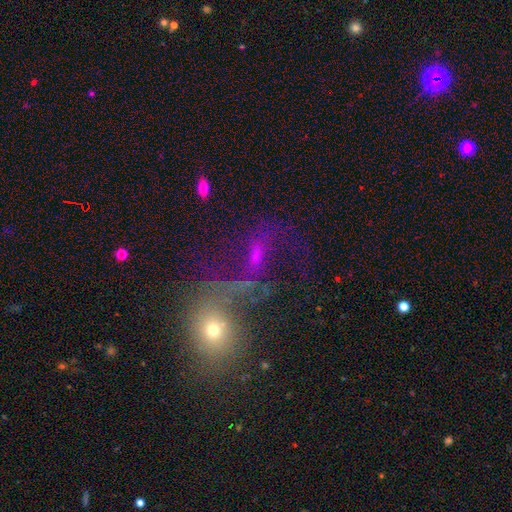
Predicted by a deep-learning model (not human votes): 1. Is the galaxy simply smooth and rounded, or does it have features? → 40% featured or disk, 30% star or artifact, 30% smooth.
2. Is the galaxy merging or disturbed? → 33% none, 30% merger, 25% major disturbance, 13% minor disturbance.